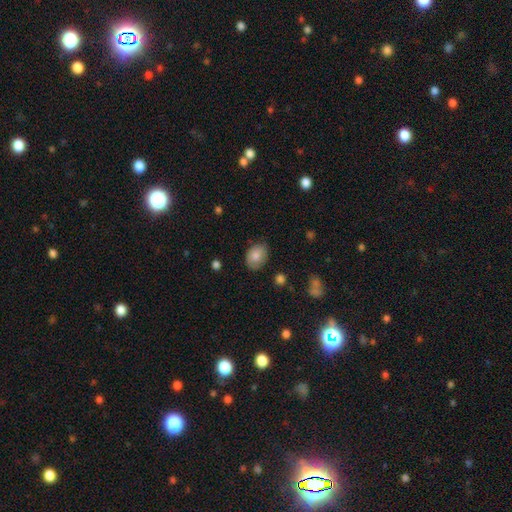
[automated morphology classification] Q: Smooth or featured?
A: smooth (79%); runner-up: featured or disk (14%)
Q: How rounded?
A: in between (72%); runner-up: round (27%)
Q: Merging?
A: none (74%); runner-up: minor disturbance (21%)